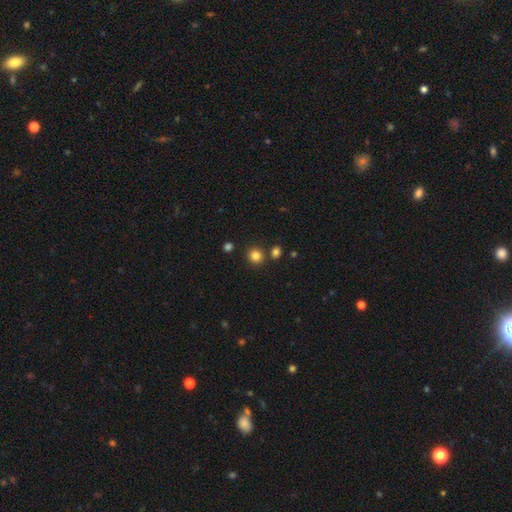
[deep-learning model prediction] This appears to be a smooth galaxy with no disk features (83%) that is round (88%). Merging: none (82%).